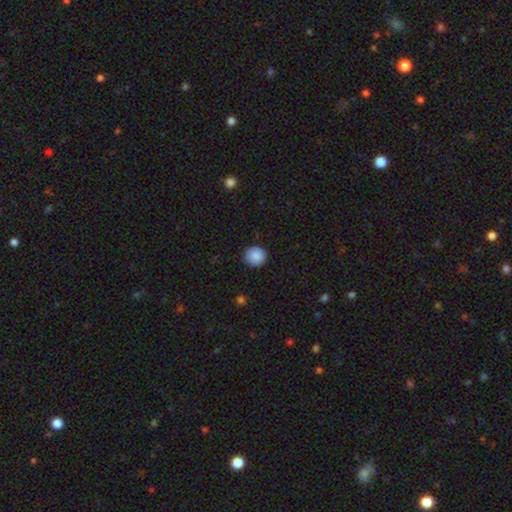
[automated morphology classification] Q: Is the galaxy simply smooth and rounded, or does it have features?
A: smooth — 88%.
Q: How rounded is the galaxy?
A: round — 93%.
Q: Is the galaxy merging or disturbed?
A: none — 91%.